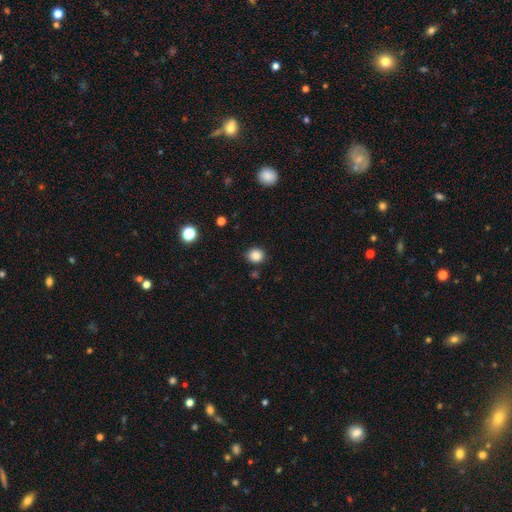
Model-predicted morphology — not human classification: The model was most divided on "how rounded": round: 81%, in between: 18%, cigar-shaped: 1%. More confident: merging — none (86%); smooth or featured — smooth (85%).